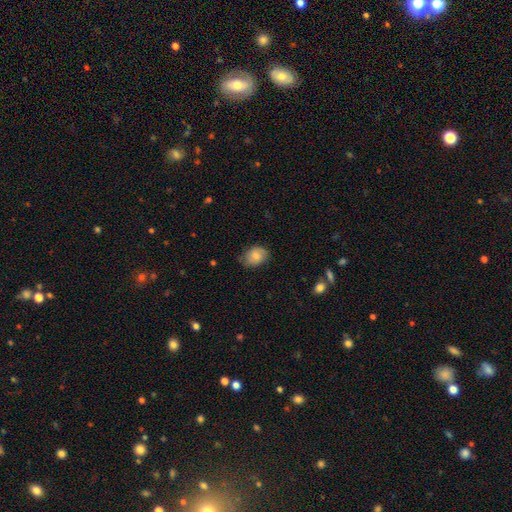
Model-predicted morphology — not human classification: A smooth galaxy with no disk features (77%) that is in between round and cigar-shaped (70%).

Vote fractions:
- Smooth or featured? smooth: 77% / featured or disk: 15% / star or artifact: 7%
- How rounded? in between: 70% / round: 29% / cigar-shaped: 1%
- Merging? none: 72% / minor disturbance: 22% / major disturbance: 4% / merger: 1%